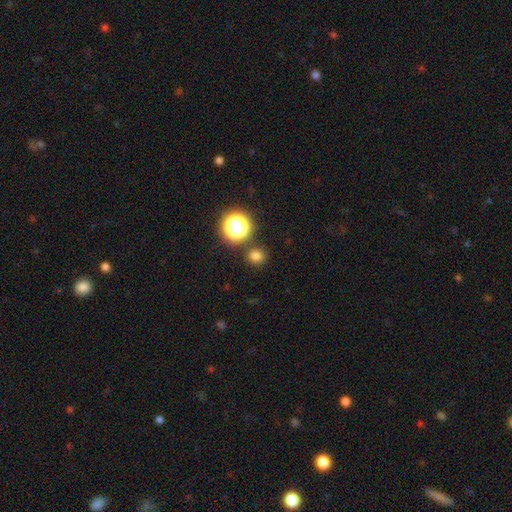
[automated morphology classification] Smooth or featured? smooth (76%)
How rounded? round (86%)
Merging? none (85%)